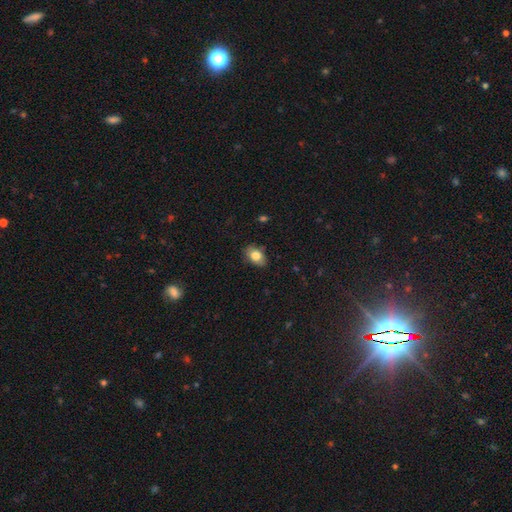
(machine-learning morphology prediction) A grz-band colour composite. It shows a smooth galaxy with no disk features (77%) that is in between round and cigar-shaped (83%). Merging: none (80%).